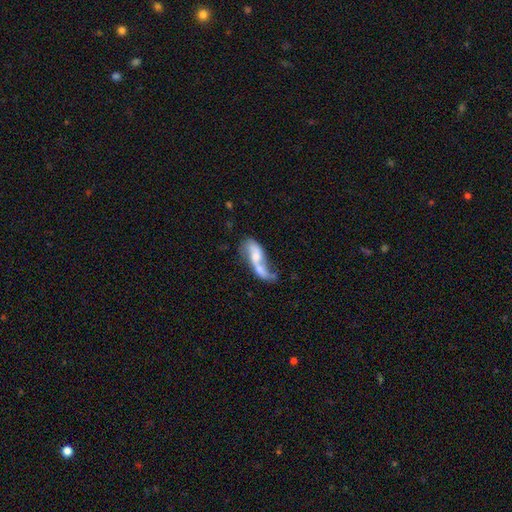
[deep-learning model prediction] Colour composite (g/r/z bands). It shows a featured or disk galaxy (54%). Merging: merger (48%).